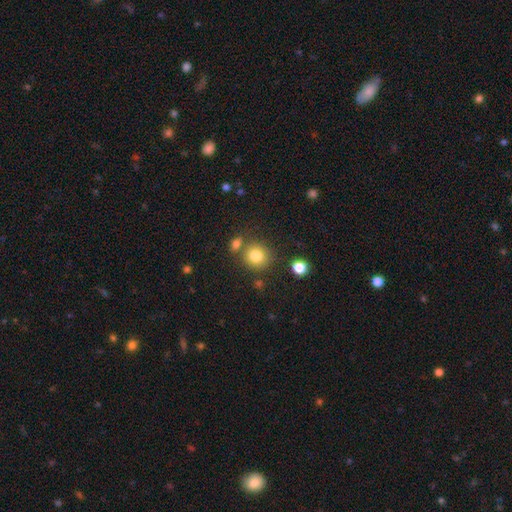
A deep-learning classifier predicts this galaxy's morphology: A smooth galaxy with no disk features (81%) that is round (88%).

Vote fractions:
- Smooth or featured? smooth: 81% / star or artifact: 12% / featured or disk: 7%
- How rounded? round: 88% / in between: 11% / cigar-shaped: 1%
- Merging? none: 73% / merger: 14% / minor disturbance: 10% / major disturbance: 4%